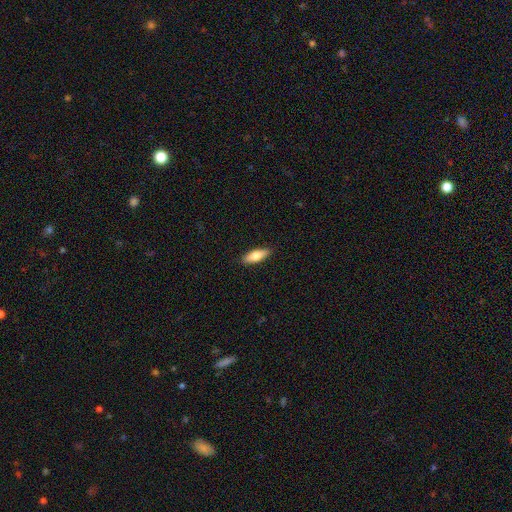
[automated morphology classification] Smooth or featured?
  - smooth: 73% *
  - featured or disk: 21%
  - star or artifact: 6%
How rounded?
  - in between: 61% *
  - cigar-shaped: 37%
  - round: 2%
Merging?
  - none: 89% *
  - minor disturbance: 8%
  - major disturbance: 2%
  - merger: 1%